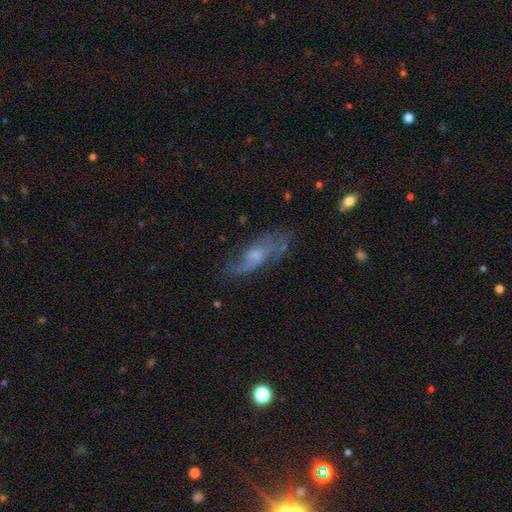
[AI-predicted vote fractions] This is likely a featured or disk galaxy (67%). It is clearly not viewed edge-on (85%). Bar: possibly no (58%). Spiral arm pattern: clearly yes (82%). Central bulge: possibly small (45%). Merging: possibly none (56%).